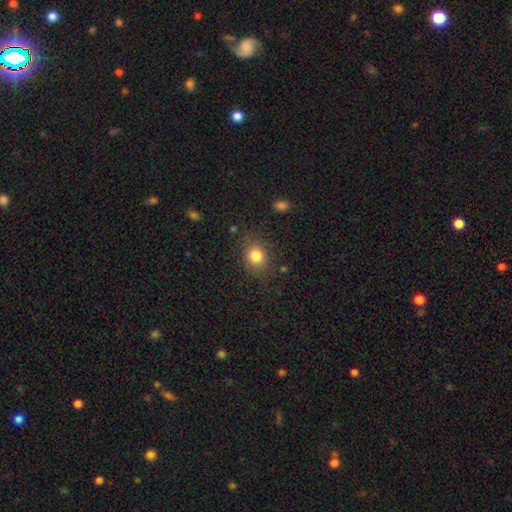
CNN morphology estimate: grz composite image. It shows a smooth galaxy with no disk features (82%) that is round (62%). Merging: none (82%).